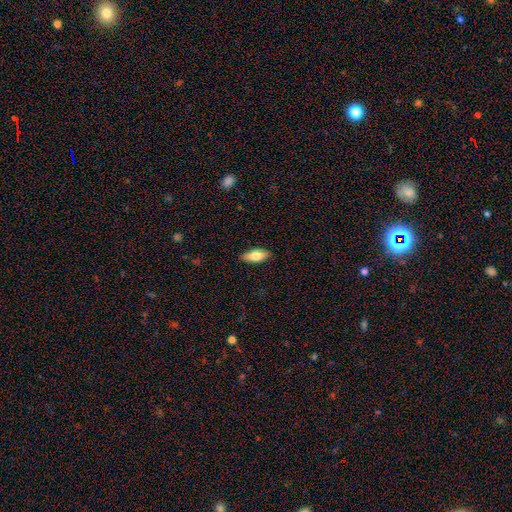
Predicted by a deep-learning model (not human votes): smooth 76%, featured or disk 18%, star or artifact 6%. Down the decision tree: how rounded — in between (83%); merging — none (88%).